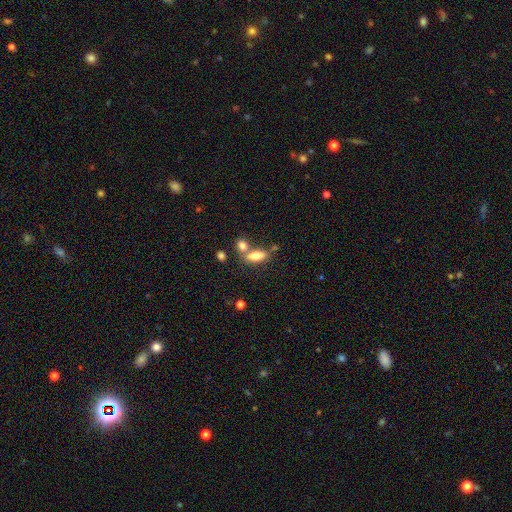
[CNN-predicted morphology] smooth-or-featured: smooth: 76% | featured or disk: 16% | star or artifact: 8%
  how-rounded: in between: 72% | cigar-shaped: 24% | round: 4%
  merging: none: 50% | merger: 33% | minor disturbance: 12% | major disturbance: 5%